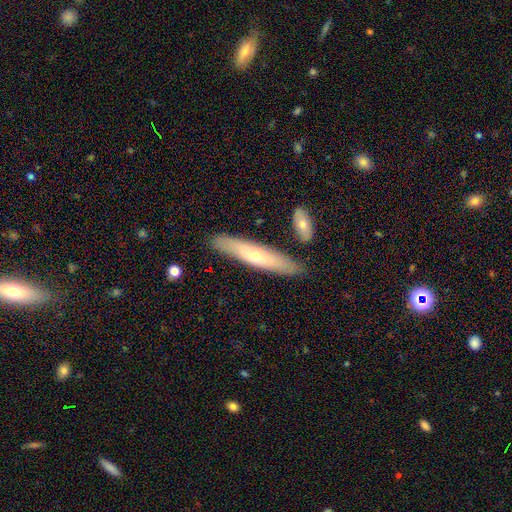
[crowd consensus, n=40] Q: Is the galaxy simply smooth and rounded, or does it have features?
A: featured or disk — 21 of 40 (52%).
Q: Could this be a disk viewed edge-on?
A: yes — 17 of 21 (81%).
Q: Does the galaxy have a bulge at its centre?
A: rounded — 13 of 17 (76%).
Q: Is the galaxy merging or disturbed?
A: none — 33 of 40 (82%).